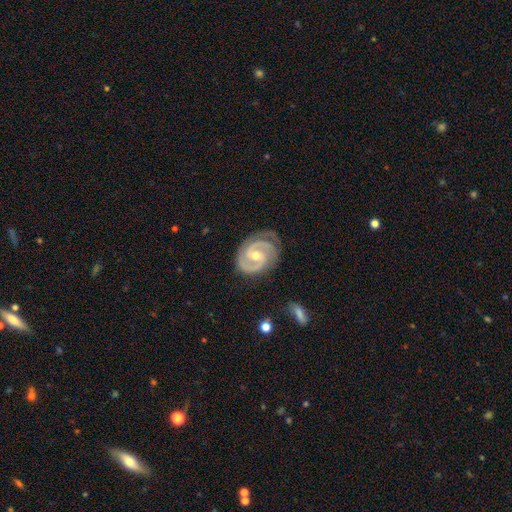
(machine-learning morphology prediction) smooth_or_featured: featured or disk (p=0.92) [alt: star or artifact p=0.04]
disk_edge_on: no (p=0.98) [alt: yes p=0.02]
bar: weak (p=0.42) [alt: no p=0.41]
has_spiral_arms: yes (p=0.98) [alt: no p=0.02]
spiral_winding: tight (p=0.57) [alt: medium p=0.38]
spiral_arm_count: 2 (p=0.87) [alt: 3 p=0.06]
bulge_size: moderate (p=0.52) [alt: small p=0.45]
merging: none (p=0.75) [alt: minor disturbance p=0.19]